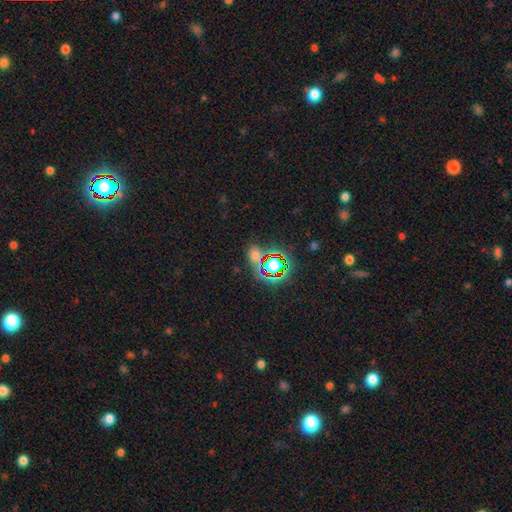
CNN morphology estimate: Smooth or featured: smooth — 46% (star or artifact — 45%)
Merging: none — 67% (merger — 14%)